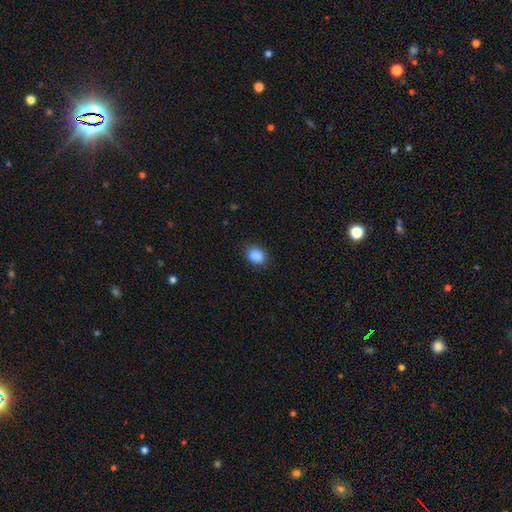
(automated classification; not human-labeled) smooth-or-featured: smooth: 86% | star or artifact: 9% | featured or disk: 5%
  how-rounded: in between: 61% | round: 38% | cigar-shaped: 1%
  merging: none: 78% | minor disturbance: 14% | merger: 4% | major disturbance: 3%